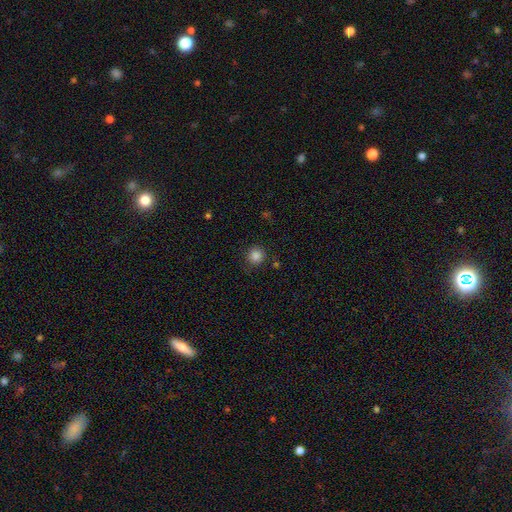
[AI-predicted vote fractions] Smooth or featured? Predicted: smooth (p=0.85). How rounded? Predicted: round (p=0.94). Merging? Predicted: none (p=0.86).